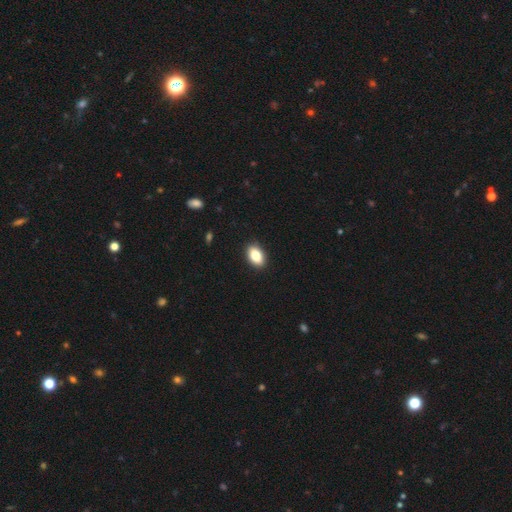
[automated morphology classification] type=smooth (84%); roundness=in between (89%); merging=none (90%).